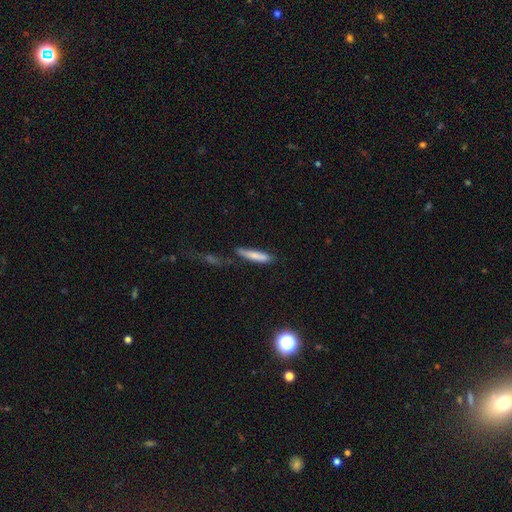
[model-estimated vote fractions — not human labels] Q: Smooth or featured?
A: smooth (76%); runner-up: featured or disk (17%)
Q: How rounded?
A: cigar-shaped (87%); runner-up: in between (11%)
Q: Merging?
A: none (66%); runner-up: minor disturbance (20%)